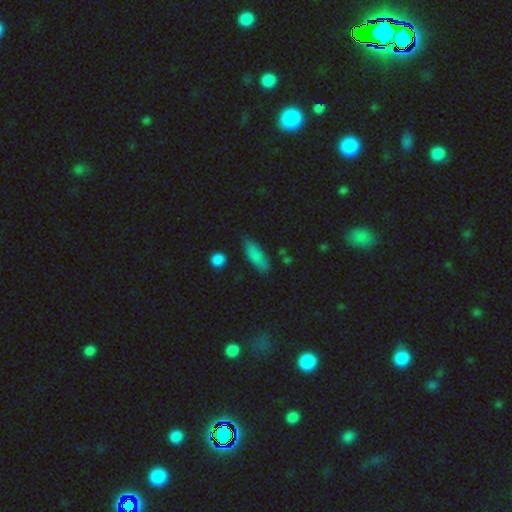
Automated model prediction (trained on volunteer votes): Smooth or featured? smooth (82%)
How rounded? in between (67%)
Merging? none (77%)